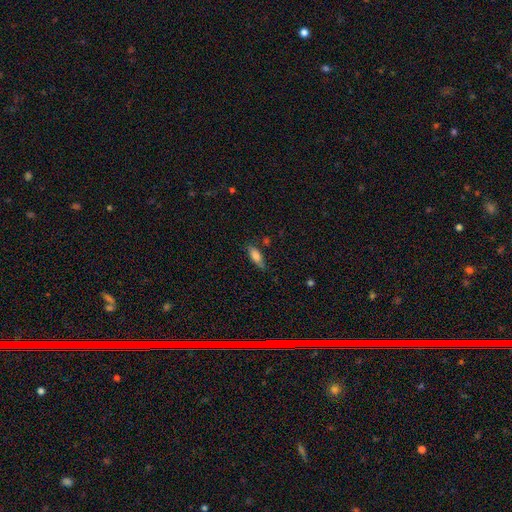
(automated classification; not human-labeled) Smooth or featured?
  - smooth: 77% *
  - featured or disk: 15%
  - star or artifact: 8%
How rounded?
  - in between: 69% *
  - cigar-shaped: 29%
  - round: 3%
Merging?
  - none: 68% *
  - minor disturbance: 24%
  - major disturbance: 6%
  - merger: 3%